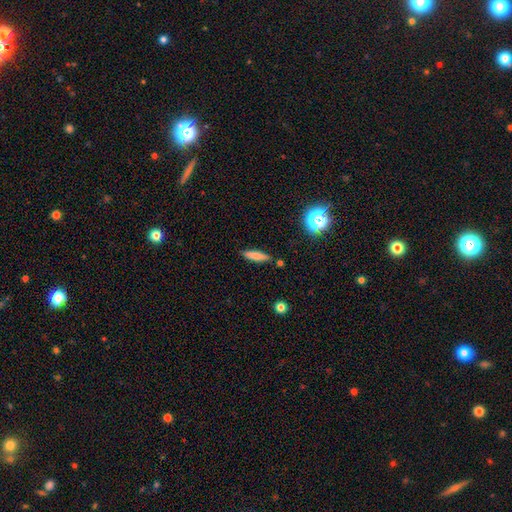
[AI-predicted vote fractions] Smooth or featured?
  - smooth: 73% *
  - featured or disk: 17%
  - star or artifact: 10%
How rounded?
  - cigar-shaped: 74% *
  - in between: 23%
  - round: 3%
Merging?
  - none: 84% *
  - minor disturbance: 10%
  - merger: 3%
  - major disturbance: 2%